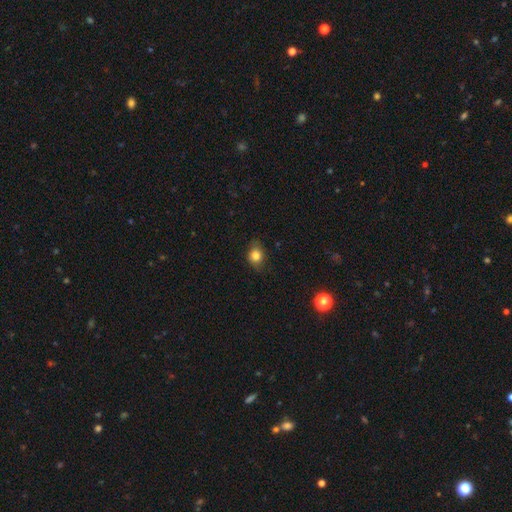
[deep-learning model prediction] smooth-or-featured: smooth: 80% | star or artifact: 11% | featured or disk: 9%
  how-rounded: round: 52% | in between: 47% | cigar-shaped: 1%
  merging: none: 75% | minor disturbance: 19% | major disturbance: 4% | merger: 1%